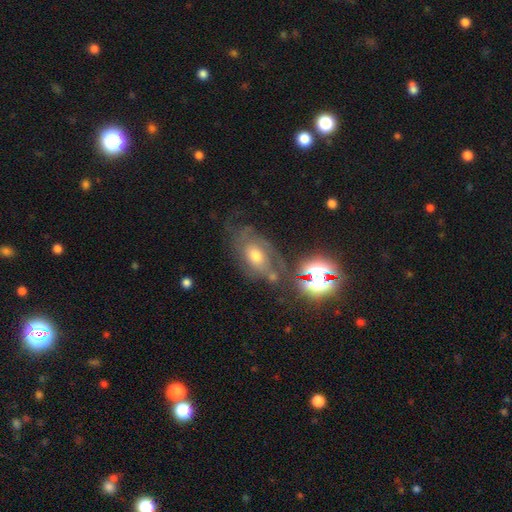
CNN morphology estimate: Smooth or featured: featured or disk — 55% (smooth — 26%)
Edge-on disk: no — 94% (yes — 6%)
Bar: no — 76% (weak — 20%)
Spiral arms: yes — 74% (no — 26%)
Bulge size: moderate — 64% (small — 17%)
Merging: none — 48% (minor disturbance — 24%)